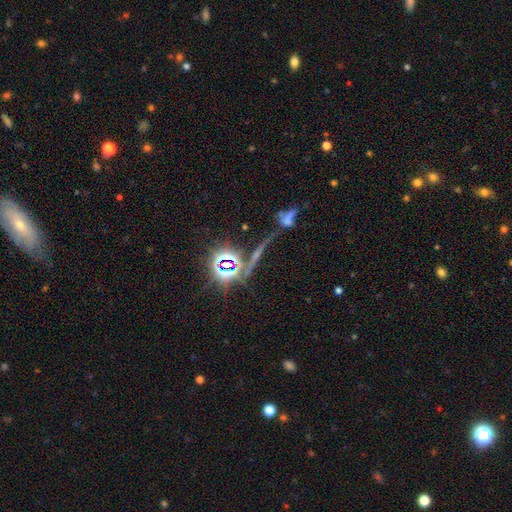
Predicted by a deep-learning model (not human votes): Smooth or featured? Predicted: star or artifact (p=0.68).